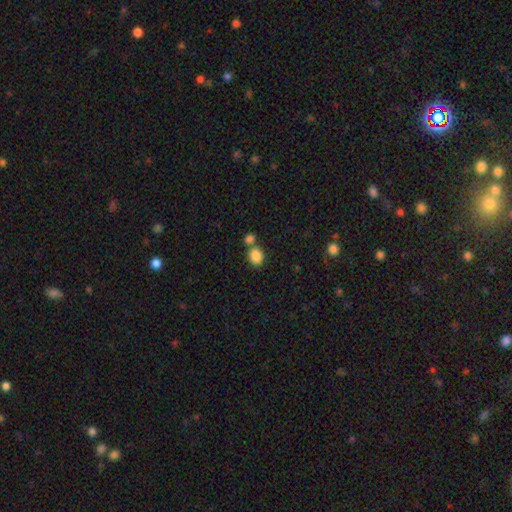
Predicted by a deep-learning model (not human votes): smooth-or-featured: smooth: 87% | star or artifact: 9% | featured or disk: 4%
  how-rounded: round: 51% | in between: 48% | cigar-shaped: 1%
  merging: none: 56% | merger: 31% | minor disturbance: 9% | major disturbance: 3%